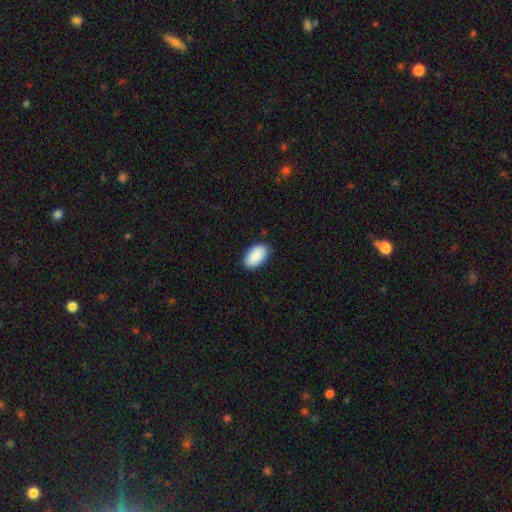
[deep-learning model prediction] A smooth galaxy with no disk features (91%) that is in between round and cigar-shaped (96%).

Vote fractions:
- Smooth or featured? smooth: 91% / star or artifact: 6% / featured or disk: 3%
- How rounded? in between: 96% / round: 3% / cigar-shaped: 1%
- Merging? none: 87% / minor disturbance: 10% / major disturbance: 2% / merger: 1%